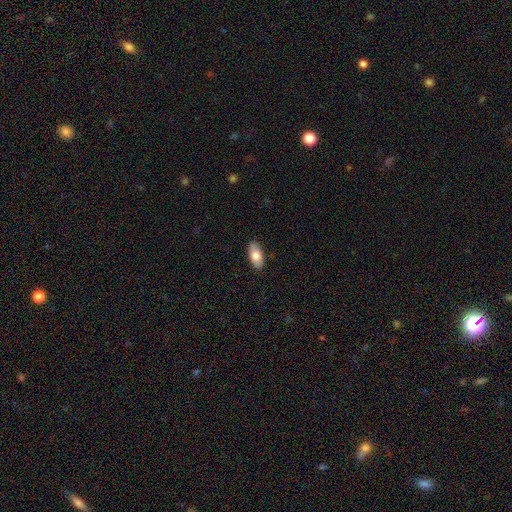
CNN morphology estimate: Smooth or featured? smooth (79%)
How rounded? in between (92%)
Merging? none (88%)